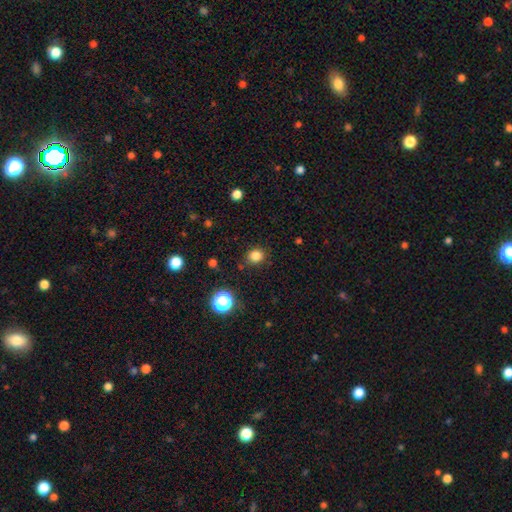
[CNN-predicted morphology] This is clearly a smooth galaxy (82%). How rounded: likely round (79%). Merging: clearly none (86%).